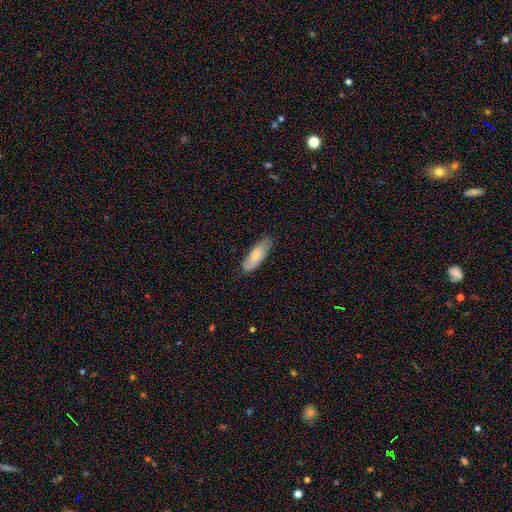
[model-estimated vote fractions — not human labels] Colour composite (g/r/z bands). It shows a smooth galaxy with no disk features (72%) that is in between round and cigar-shaped (66%). Merging: none (80%).